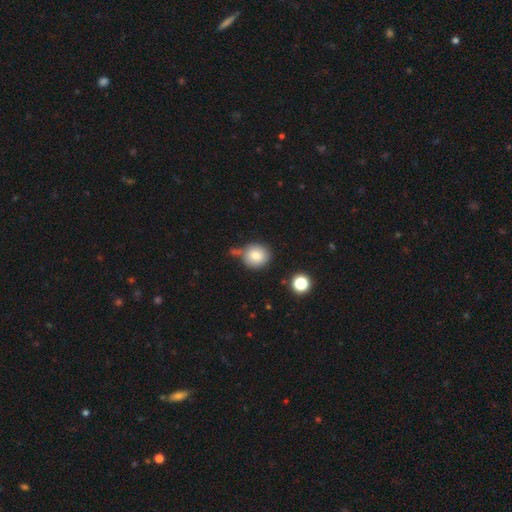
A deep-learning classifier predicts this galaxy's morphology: Overall: smooth (81%). How rounded: round (88%). Merging: none (68%).